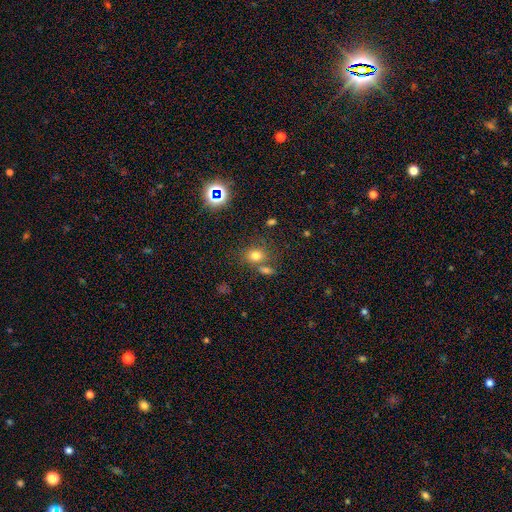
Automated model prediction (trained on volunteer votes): smooth-or-featured: smooth: 74% | star or artifact: 17% | featured or disk: 9%
  how-rounded: round: 55% | in between: 43% | cigar-shaped: 1%
  merging: none: 57% | merger: 26% | minor disturbance: 12% | major disturbance: 5%